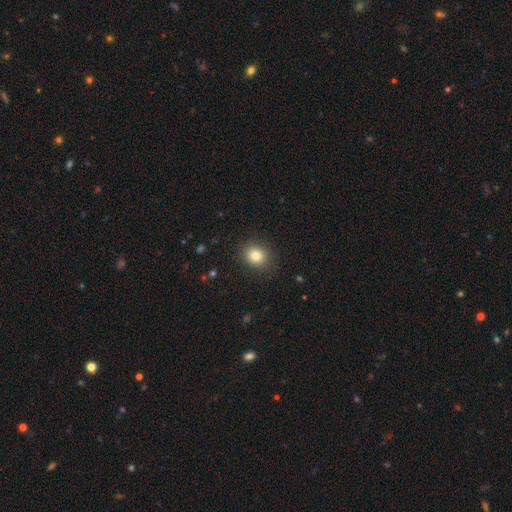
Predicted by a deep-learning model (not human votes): This is clearly a smooth galaxy (81%). How rounded: likely round (66%). Merging: clearly none (88%).